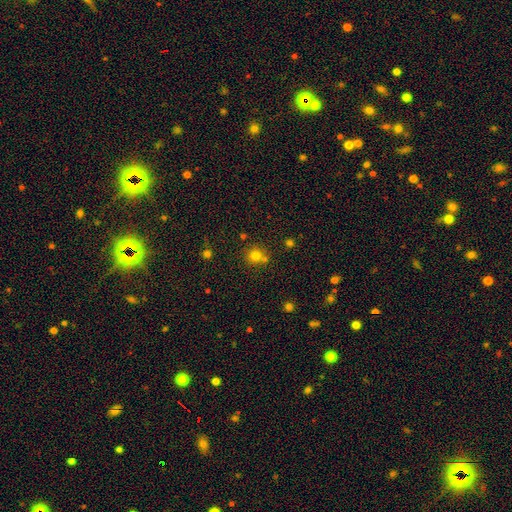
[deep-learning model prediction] smooth 76%, star or artifact 17%, featured or disk 8%. Down the decision tree: how rounded — round (88%); merging — none (65%).